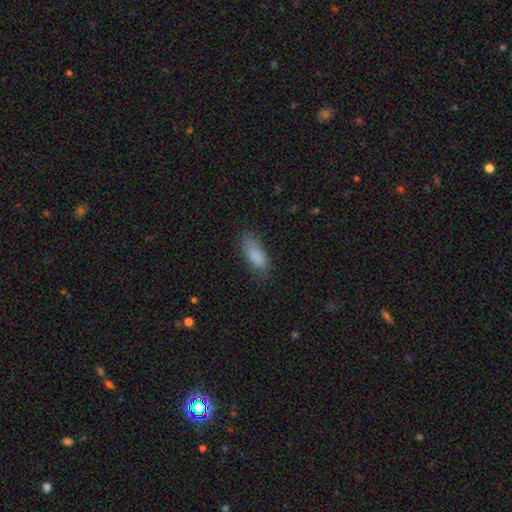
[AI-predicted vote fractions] Smooth or featured?
  - smooth: 85% *
  - star or artifact: 8%
  - featured or disk: 7%
How rounded?
  - in between: 72% *
  - cigar-shaped: 26%
  - round: 2%
Merging?
  - none: 67% *
  - minor disturbance: 24%
  - major disturbance: 8%
  - merger: 2%